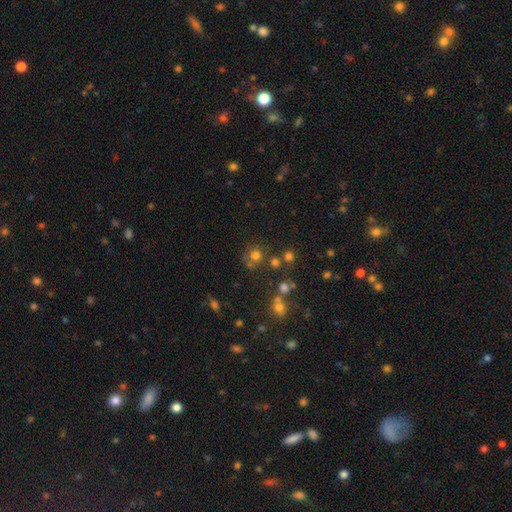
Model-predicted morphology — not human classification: type=smooth (67%); roundness=round (90%); merging=none (68%).